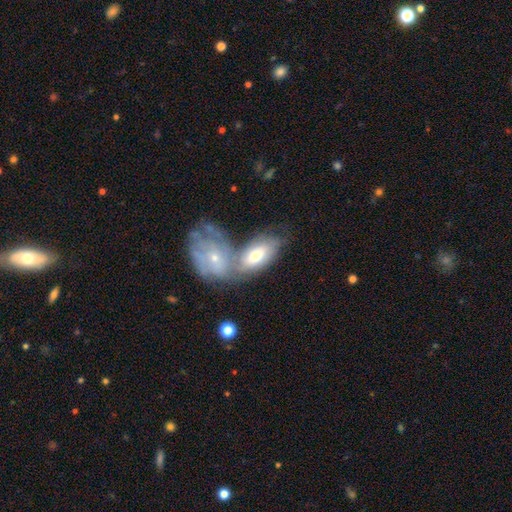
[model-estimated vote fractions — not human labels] smooth-or-featured: smooth: 51% | featured or disk: 43% | star or artifact: 7%
  how-rounded: in between: 88% | round: 6% | cigar-shaped: 5%
  merging: merger: 58% | none: 26% | minor disturbance: 11% | major disturbance: 5%